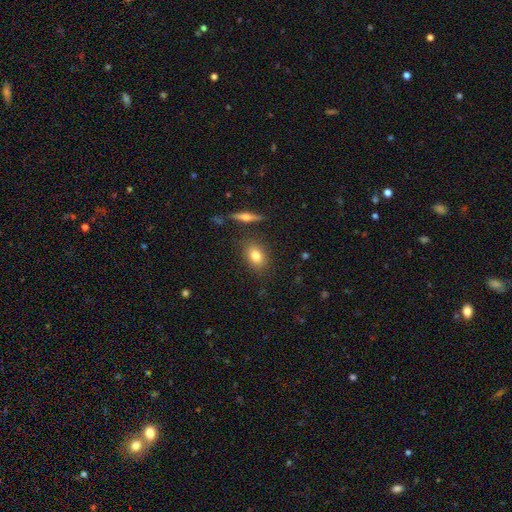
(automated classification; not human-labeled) Overall: smooth (80%). How rounded: in between (75%). Merging: none (82%).